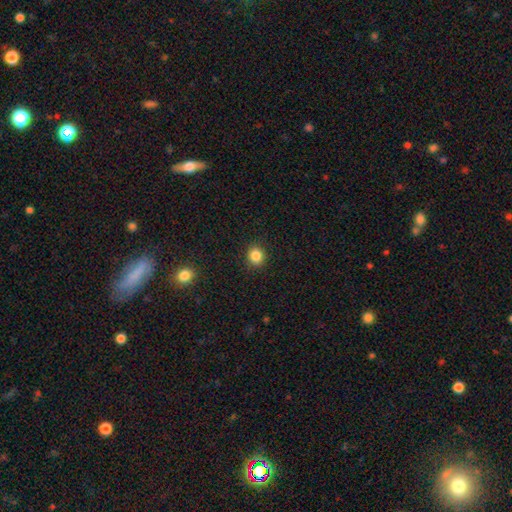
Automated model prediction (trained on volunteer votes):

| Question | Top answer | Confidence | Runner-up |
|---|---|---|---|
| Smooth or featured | smooth | 85% | star or artifact (11%) |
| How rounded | round | 79% | in between (20%) |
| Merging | none | 91% | minor disturbance (6%) |